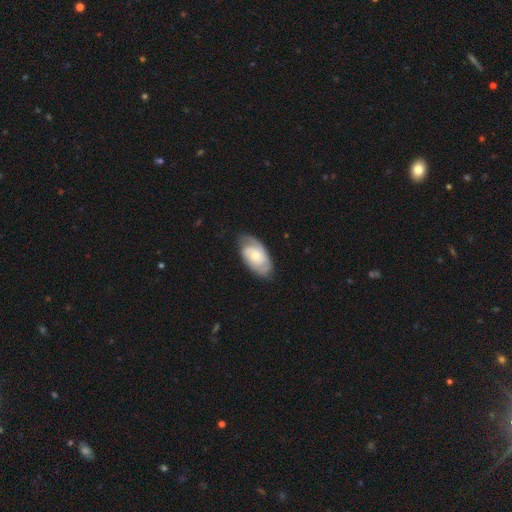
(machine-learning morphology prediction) A featured or disk galaxy (71%) with no bar (68%), 2 (56%) tight (56%) spiral arms (91%) and a moderate central bulge (50%).

Vote fractions:
- Smooth or featured? featured or disk: 71% / smooth: 24% / star or artifact: 5%
- Edge-on disk? no: 95% / yes: 5%
- Bar? no: 68% / weak: 28% / strong: 4%
- Spiral arms? yes: 91% / no: 9%
- Spiral winding? tight: 56% / medium: 34% / loose: 10%
- Spiral arm count? 2: 56% / can't tell: 22% / 3: 9% / 1: 8% / 4: 2% / more than 4: 2%
- Bulge size? moderate: 50% / small: 42% / large: 4% / none: 2% / dominant: 1%
- Merging? none: 73% / minor disturbance: 20% / major disturbance: 6% / merger: 1%